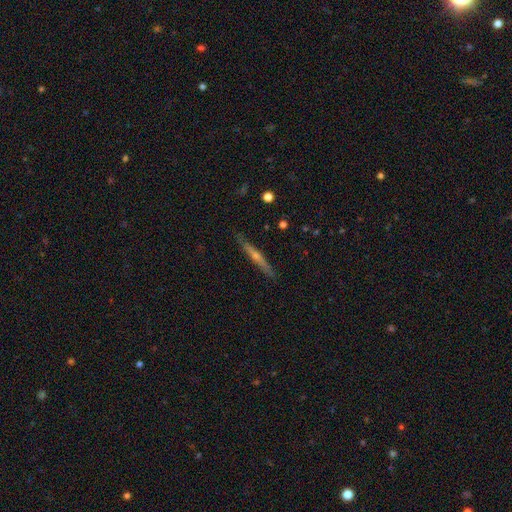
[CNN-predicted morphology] smooth-or-featured: featured or disk: 69% | smooth: 24% | star or artifact: 7%
  disk-edge-on: yes: 97% | no: 3%
    edge-on-bulge: rounded: 75% | none: 21% | boxy: 4%
  merging: none: 88% | minor disturbance: 9% | major disturbance: 2% | merger: 1%